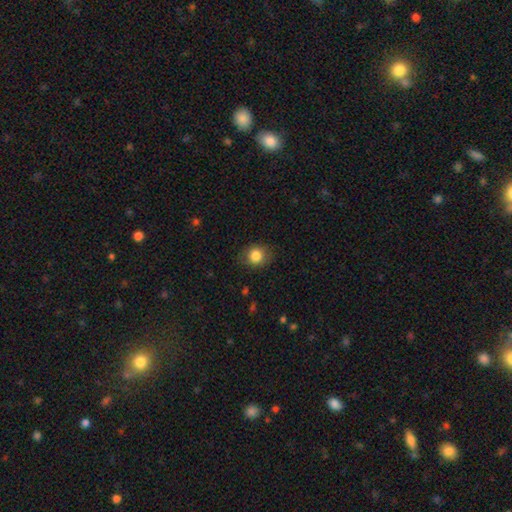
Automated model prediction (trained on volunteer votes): A smooth galaxy with no disk features (83%) that is round (71%). Merging: none (81%).